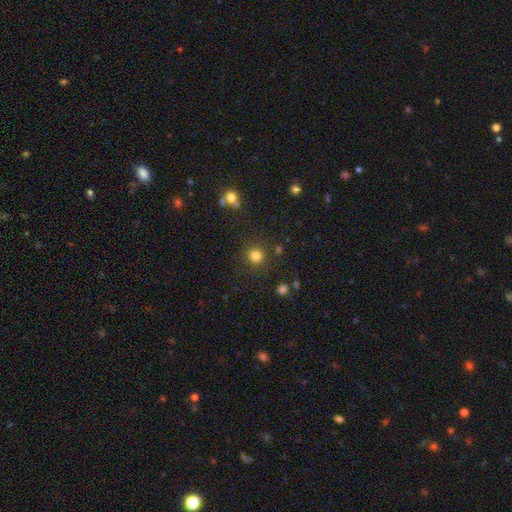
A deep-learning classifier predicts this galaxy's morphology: smooth_or_featured: smooth (p=0.81) [alt: star or artifact p=0.14]
how_rounded: round (p=0.94) [alt: in between p=0.05]
merging: none (p=0.87) [alt: minor disturbance p=0.07]